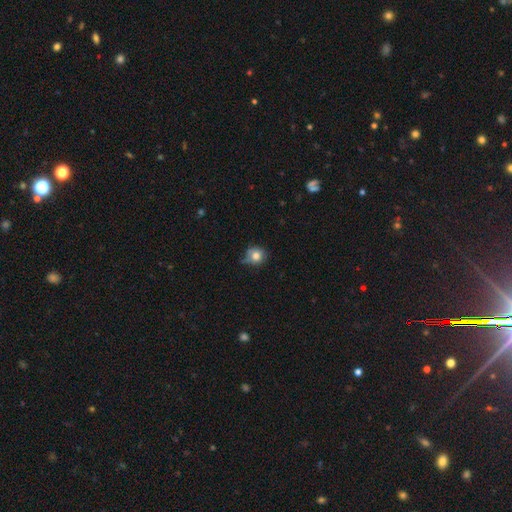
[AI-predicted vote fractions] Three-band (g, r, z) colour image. It shows a smooth galaxy with no disk features (78%) that is round (84%). Merging: none (57%).